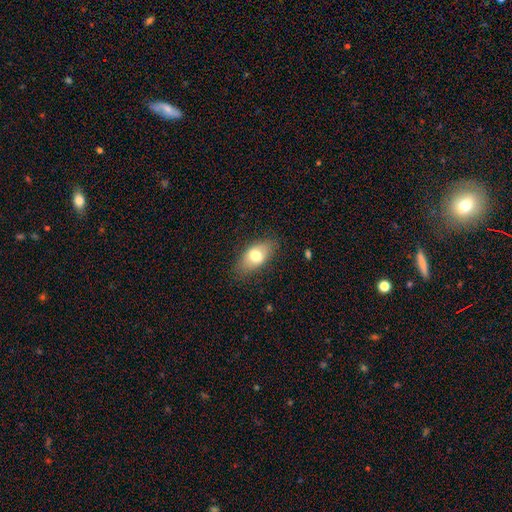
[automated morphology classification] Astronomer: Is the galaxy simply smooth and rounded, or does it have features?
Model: smooth — 73%.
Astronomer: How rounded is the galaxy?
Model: in between — 88%.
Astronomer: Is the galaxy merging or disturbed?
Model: none — 79%.